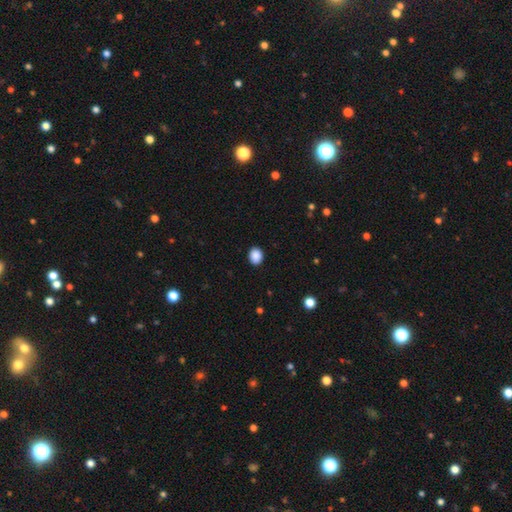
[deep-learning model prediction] The model was most divided on "how rounded": in between: 51%, round: 49%, cigar-shaped: 1%. More confident: merging — none (90%); smooth or featured — smooth (89%).